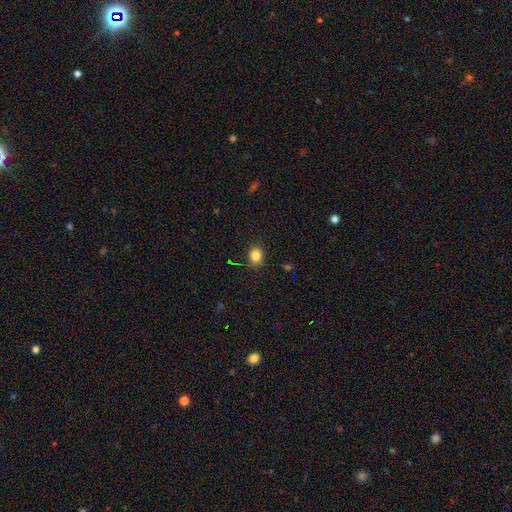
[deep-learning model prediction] smooth-or-featured: smooth: 83% | star or artifact: 11% | featured or disk: 6%
  how-rounded: round: 53% | in between: 46% | cigar-shaped: 1%
  merging: none: 88% | minor disturbance: 9% | major disturbance: 2% | merger: 1%